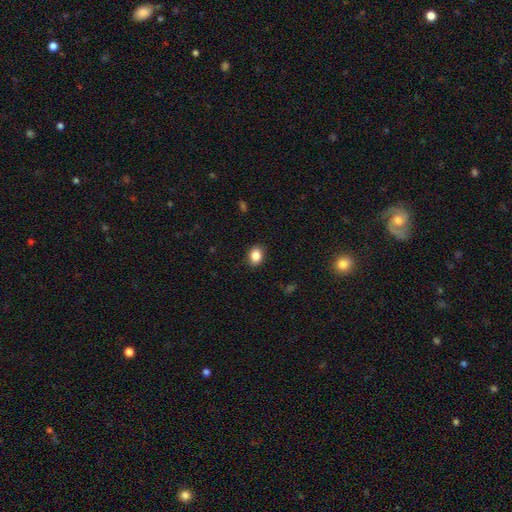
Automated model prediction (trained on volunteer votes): Smooth or featured?
  - smooth: 87% *
  - star or artifact: 9%
  - featured or disk: 4%
How rounded?
  - in between: 65% *
  - round: 34%
  - cigar-shaped: 1%
Merging?
  - none: 88% *
  - minor disturbance: 9%
  - major disturbance: 2%
  - merger: 1%